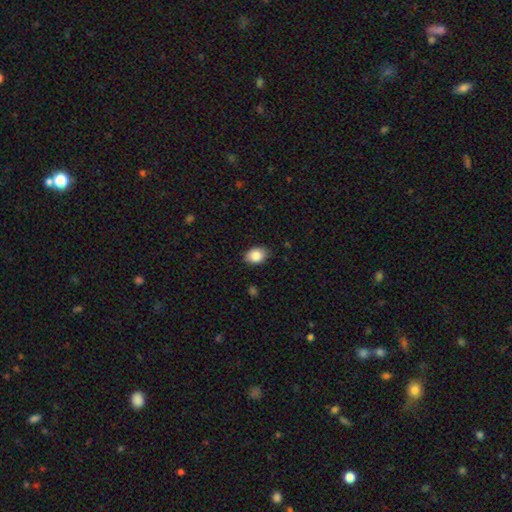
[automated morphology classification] smooth 87%, star or artifact 7%, featured or disk 5%. Down the decision tree: how rounded — in between (77%); merging — none (84%).